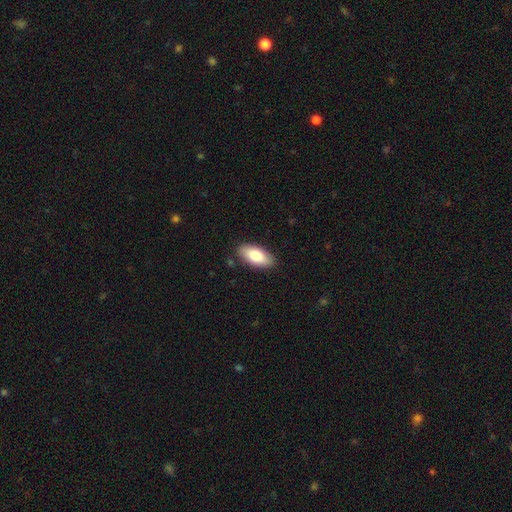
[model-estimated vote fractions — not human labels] This appears to be a smooth galaxy with no disk features (79%) that is in between round and cigar-shaped (89%). Merging: none (87%).